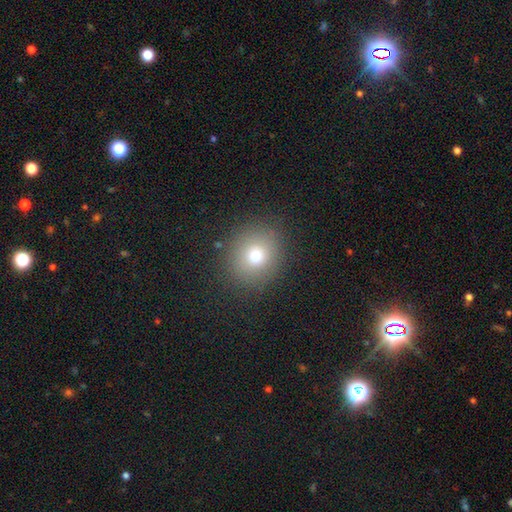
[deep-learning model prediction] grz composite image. It shows a smooth galaxy with no disk features (71%) that is round (83%). Merging: none (86%).